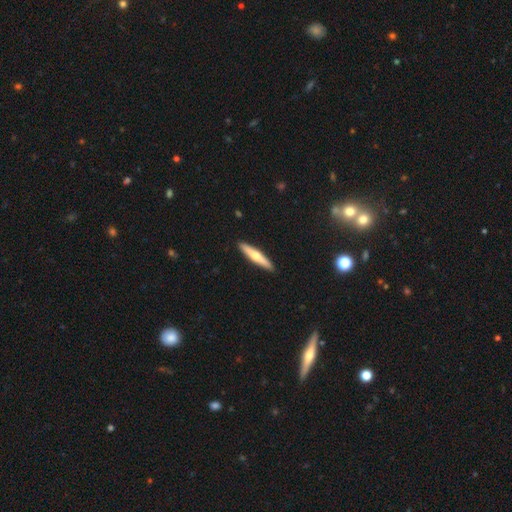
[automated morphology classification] The model was most divided on "smooth or featured": smooth: 48%, featured or disk: 47%, star or artifact: 5%. More confident: merging — none (92%).